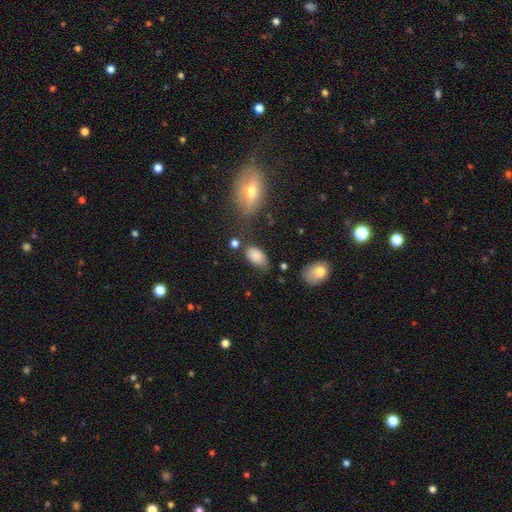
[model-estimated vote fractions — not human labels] A smooth galaxy with no disk features (82%) that is in between round and cigar-shaped (92%). Merging: none (60%).